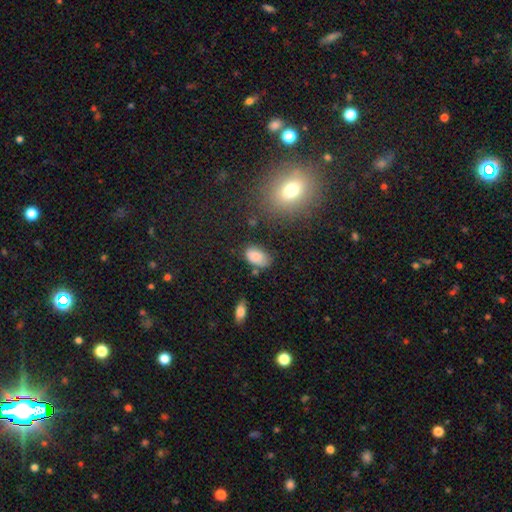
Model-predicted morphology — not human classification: Q: Smooth or featured?
A: smooth (84%); runner-up: star or artifact (9%)
Q: How rounded?
A: in between (92%); runner-up: round (6%)
Q: Merging?
A: none (66%); runner-up: minor disturbance (23%)